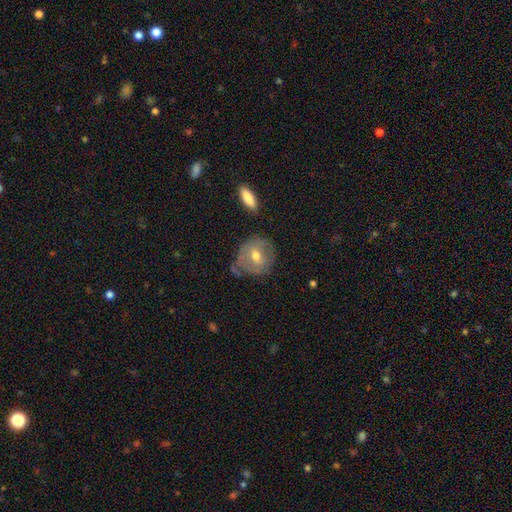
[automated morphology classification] smooth-or-featured: smooth: 47% | featured or disk: 45% | star or artifact: 8%
  merging: none: 59% | minor disturbance: 26% | major disturbance: 10% | merger: 5%